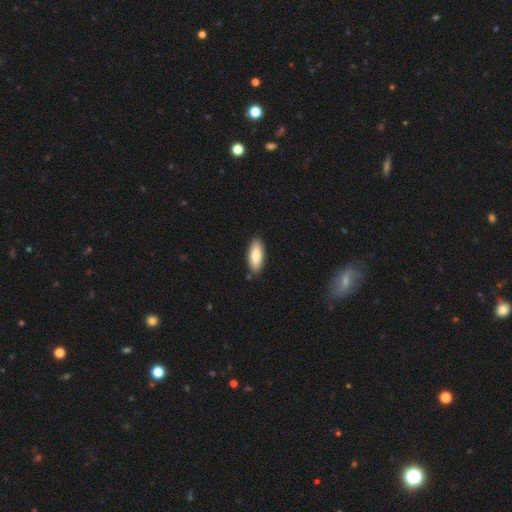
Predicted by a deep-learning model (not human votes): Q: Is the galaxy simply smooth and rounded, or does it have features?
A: smooth — 80%.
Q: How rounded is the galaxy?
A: in between — 79%.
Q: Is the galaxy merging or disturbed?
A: none — 87%.